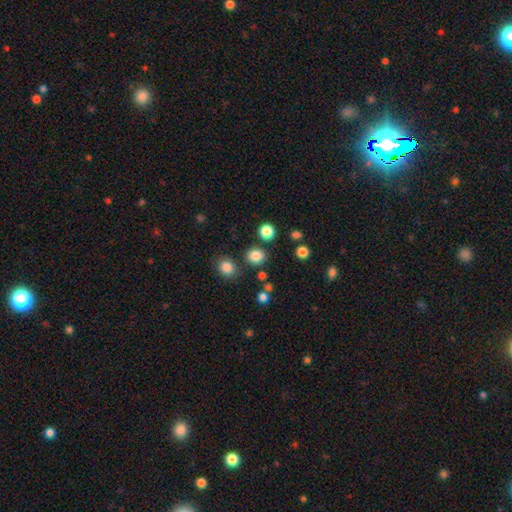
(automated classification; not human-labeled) Smooth or featured? smooth (83%)
How rounded? round (81%)
Merging? none (83%)